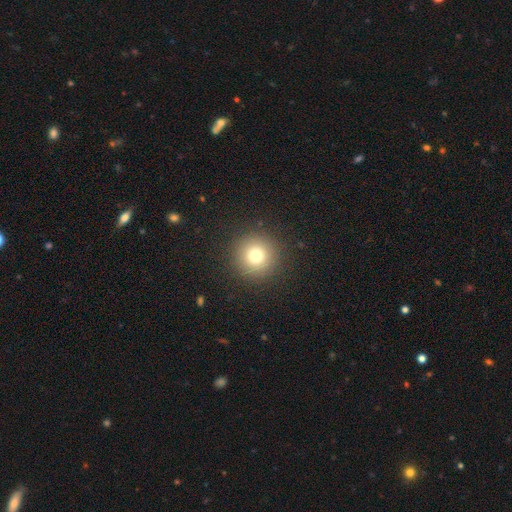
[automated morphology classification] smooth-or-featured: smooth: 76% | star or artifact: 14% | featured or disk: 10%
  how-rounded: round: 96% | in between: 3% | cigar-shaped: 1%
  merging: none: 91% | minor disturbance: 5% | major disturbance: 3% | merger: 1%